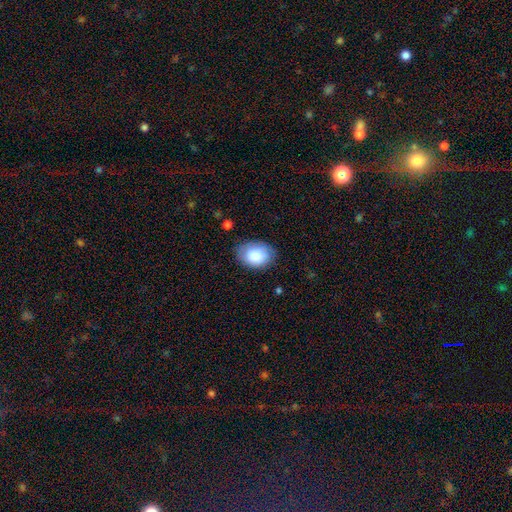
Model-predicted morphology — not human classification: smooth_or_featured: smooth (p=0.82) [alt: featured or disk p=0.11]
how_rounded: in between (p=0.79) [alt: round p=0.20]
merging: none (p=0.77) [alt: minor disturbance p=0.17]